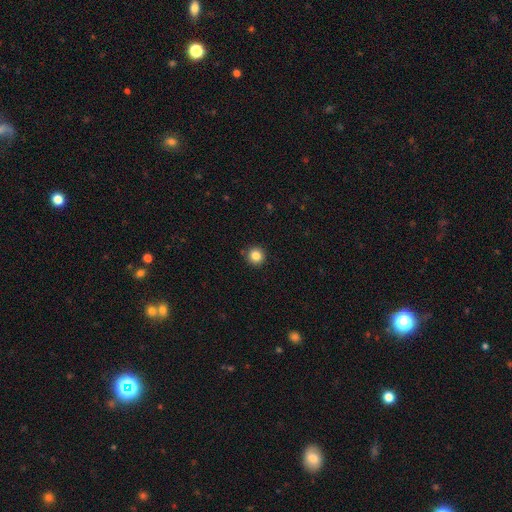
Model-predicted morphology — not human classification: This appears to be a smooth galaxy with no disk features (84%) that is round (95%). Merging: none (91%).